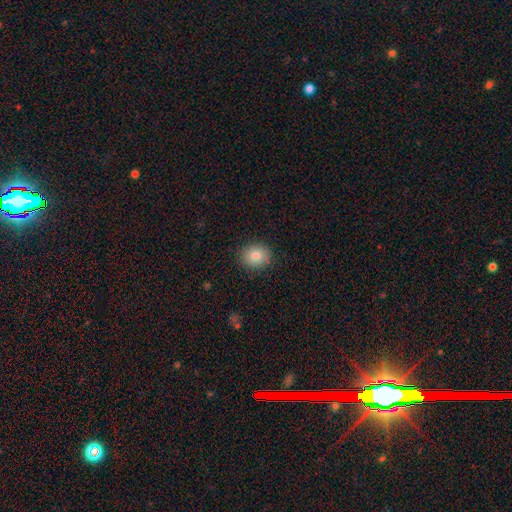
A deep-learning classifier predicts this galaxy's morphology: Smooth or featured: smooth — 83% (star or artifact — 10%)
How rounded: round — 72% (in between — 27%)
Merging: none — 88% (minor disturbance — 9%)